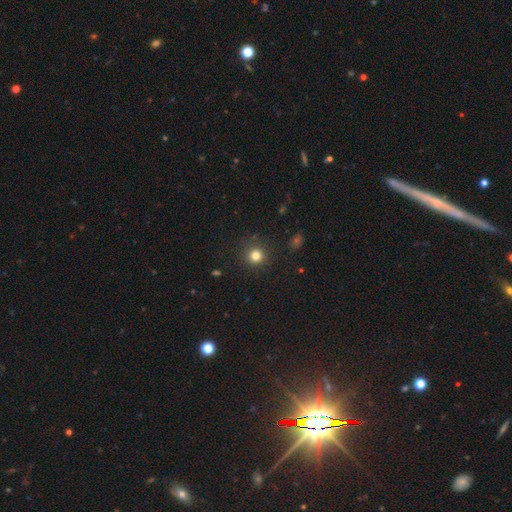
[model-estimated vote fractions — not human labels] Smooth or featured? smooth (80%)
How rounded? round (93%)
Merging? none (89%)